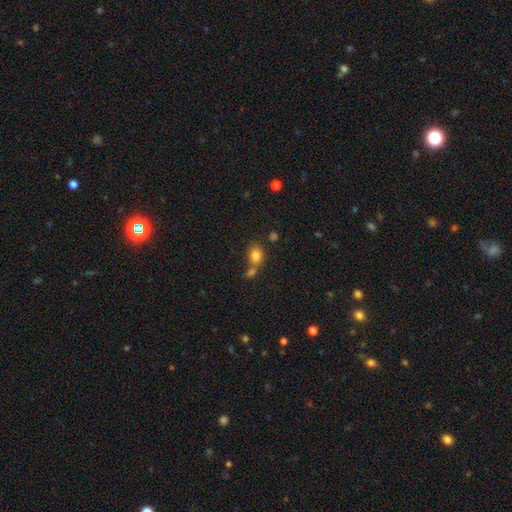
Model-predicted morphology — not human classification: smooth 81%, star or artifact 11%, featured or disk 8%. Down the decision tree: how rounded — in between (50%); merging — none (52%).